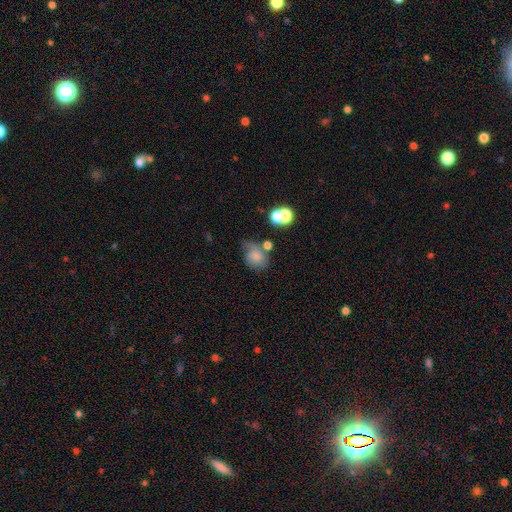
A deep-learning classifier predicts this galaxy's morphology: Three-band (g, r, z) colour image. It shows a smooth galaxy with no disk features (59%) that is in between round and cigar-shaped (59%). Merging: none (40%).